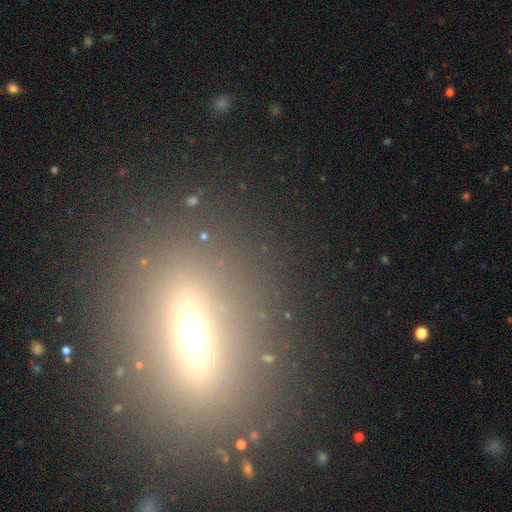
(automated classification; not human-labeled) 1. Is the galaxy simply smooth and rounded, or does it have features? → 41% featured or disk, 38% smooth, 22% star or artifact.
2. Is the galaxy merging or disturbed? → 85% none, 7% minor disturbance, 5% major disturbance, 2% merger.